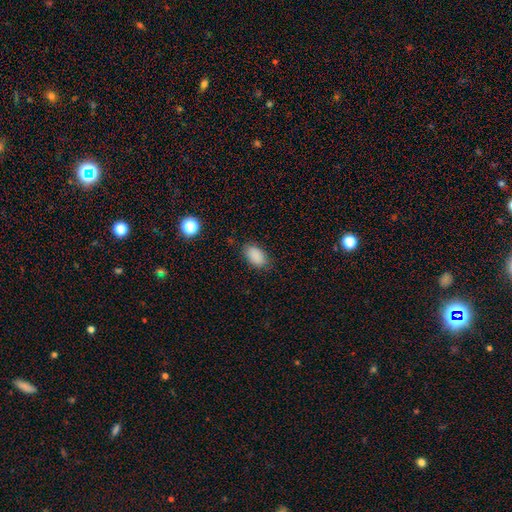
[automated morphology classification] smooth_or_featured: smooth (p=0.88) [alt: star or artifact p=0.09]
how_rounded: in between (p=0.92) [alt: round p=0.06]
merging: none (p=0.82) [alt: minor disturbance p=0.14]